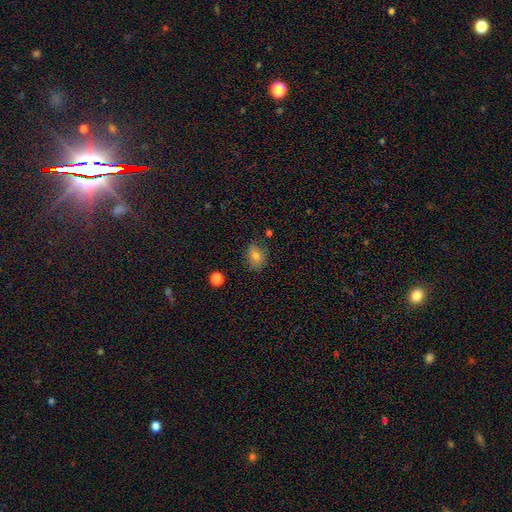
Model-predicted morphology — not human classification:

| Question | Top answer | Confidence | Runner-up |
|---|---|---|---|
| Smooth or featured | smooth | 77% | star or artifact (12%) |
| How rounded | in between | 52% | round (47%) |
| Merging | none | 79% | minor disturbance (15%) |